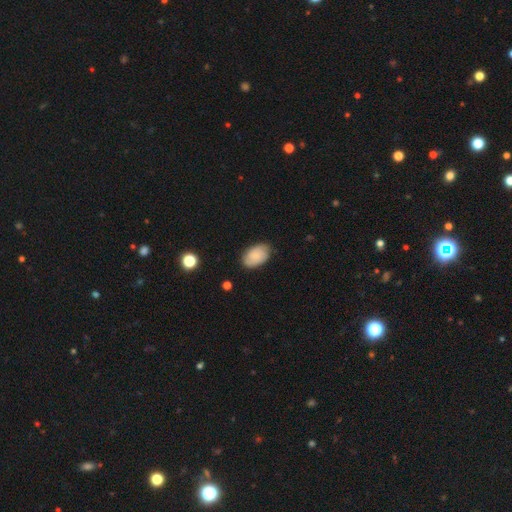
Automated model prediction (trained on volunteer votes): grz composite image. It shows a smooth galaxy with no disk features (80%) that is in between round and cigar-shaped (91%). Merging: none (80%).